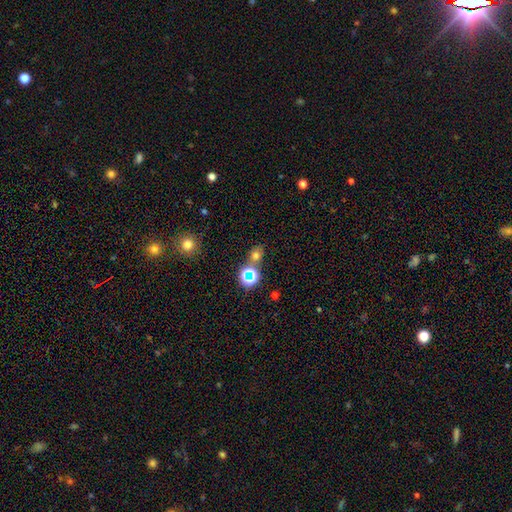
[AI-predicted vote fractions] The model was most divided on "how rounded": round: 62%, in between: 37%, cigar-shaped: 2%. More confident: merging — none (68%); smooth or featured — smooth (59%).